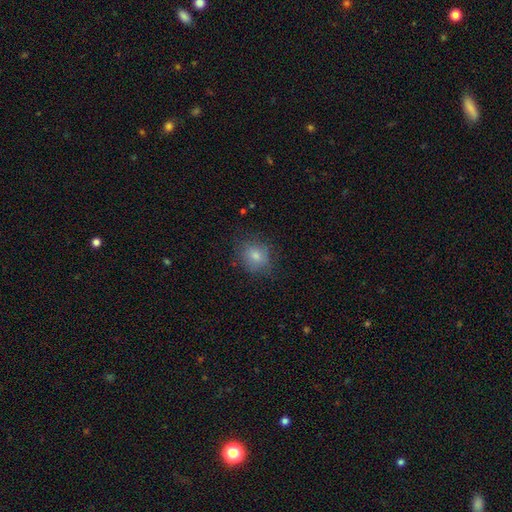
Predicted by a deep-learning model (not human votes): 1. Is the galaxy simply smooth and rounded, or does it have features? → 78% smooth, 11% featured or disk, 10% star or artifact.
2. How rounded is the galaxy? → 73% round, 26% in between, 1% cigar-shaped.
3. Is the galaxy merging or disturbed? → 75% none, 18% minor disturbance, 6% major disturbance, 1% merger.